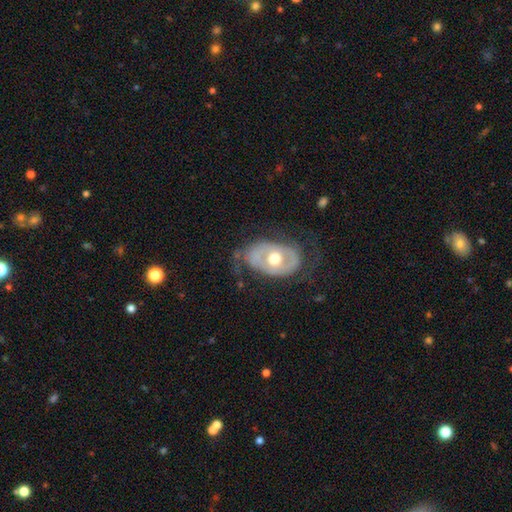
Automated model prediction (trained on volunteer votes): Smooth or featured? featured or disk (66%)
Edge-on disk? no (93%)
Bar? no (77%)
Spiral arms? no (53%)
Bulge size? moderate (76%)
Merging? none (57%)